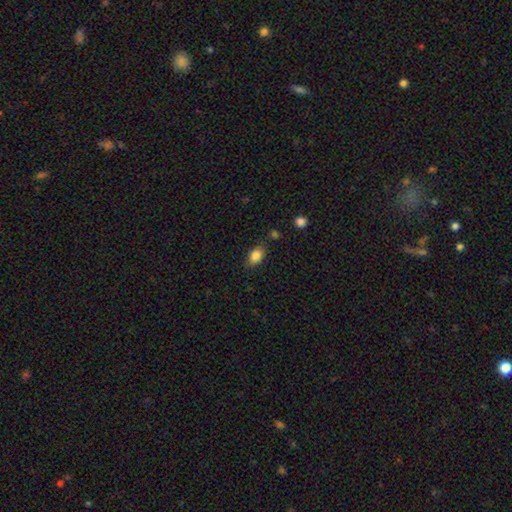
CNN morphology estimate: smooth-or-featured: smooth: 85% | star or artifact: 9% | featured or disk: 7%
  how-rounded: in between: 85% | round: 12% | cigar-shaped: 2%
  merging: none: 79% | minor disturbance: 14% | merger: 4% | major disturbance: 3%